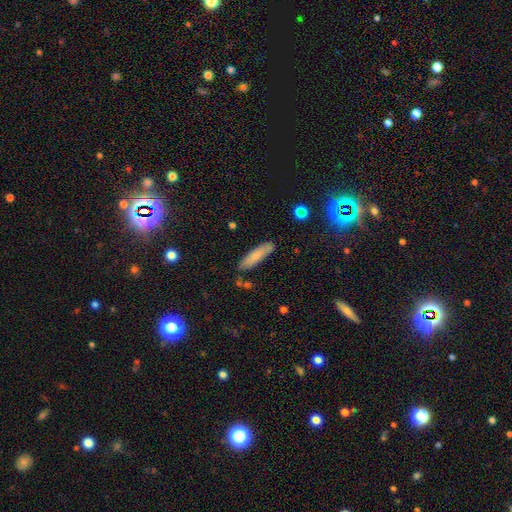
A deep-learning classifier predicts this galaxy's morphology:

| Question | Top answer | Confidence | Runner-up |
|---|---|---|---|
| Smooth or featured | smooth | 77% | featured or disk (17%) |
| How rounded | cigar-shaped | 73% | in between (25%) |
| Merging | none | 79% | minor disturbance (14%) |